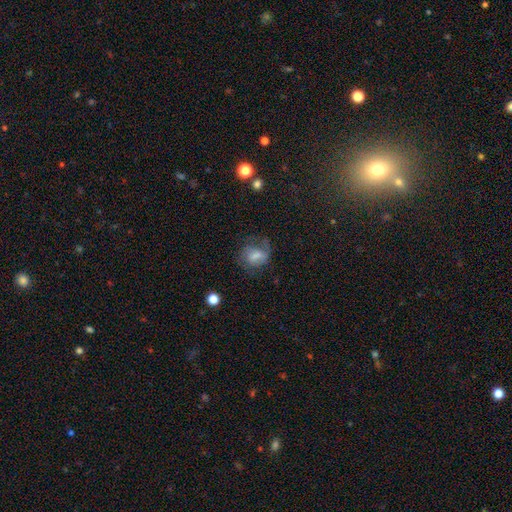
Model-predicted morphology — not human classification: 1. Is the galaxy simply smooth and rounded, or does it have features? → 53% smooth, 36% featured or disk, 11% star or artifact.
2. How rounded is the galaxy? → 57% in between, 42% round, 2% cigar-shaped.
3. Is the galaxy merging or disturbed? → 41% none, 30% major disturbance, 25% minor disturbance, 3% merger.